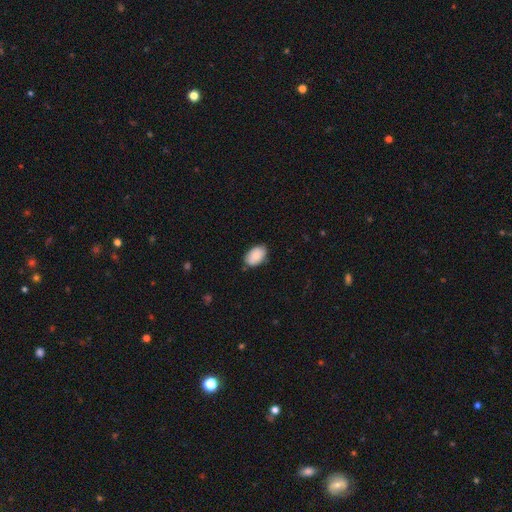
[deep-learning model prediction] smooth-or-featured: smooth: 83% | featured or disk: 11% | star or artifact: 7%
  how-rounded: in between: 90% | round: 8% | cigar-shaped: 1%
  merging: none: 75% | minor disturbance: 20% | major disturbance: 3% | merger: 2%